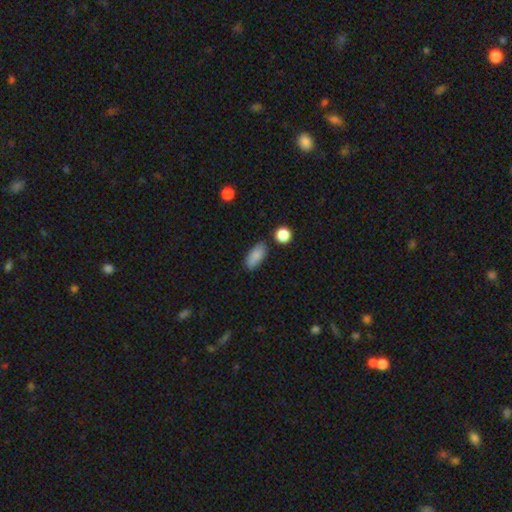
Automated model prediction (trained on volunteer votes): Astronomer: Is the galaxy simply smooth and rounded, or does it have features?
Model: smooth — 85%.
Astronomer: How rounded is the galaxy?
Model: in between — 84%.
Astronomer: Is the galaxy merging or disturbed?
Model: none — 80%.